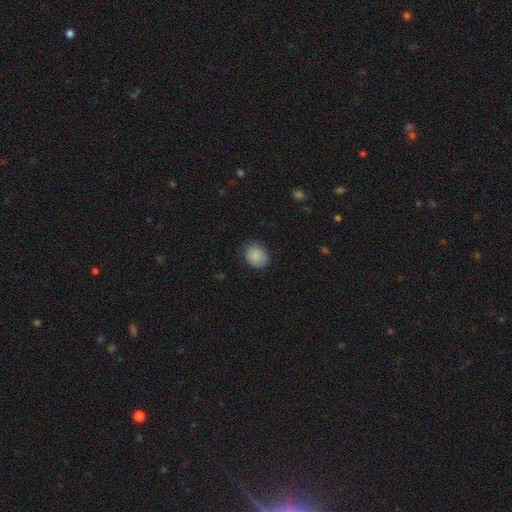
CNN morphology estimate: smooth_or_featured: smooth (p=0.87) [alt: star or artifact p=0.08]
how_rounded: round (p=0.56) [alt: in between p=0.43]
merging: none (p=0.82) [alt: minor disturbance p=0.14]